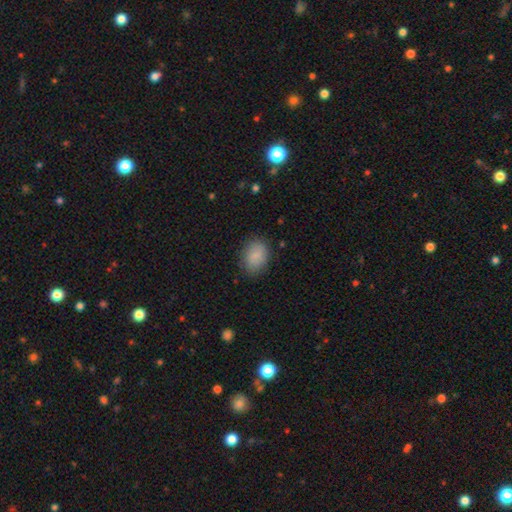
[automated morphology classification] Smooth or featured? Predicted: smooth (p=0.86). How rounded? Predicted: in between (p=0.70). Merging? Predicted: none (p=0.82).